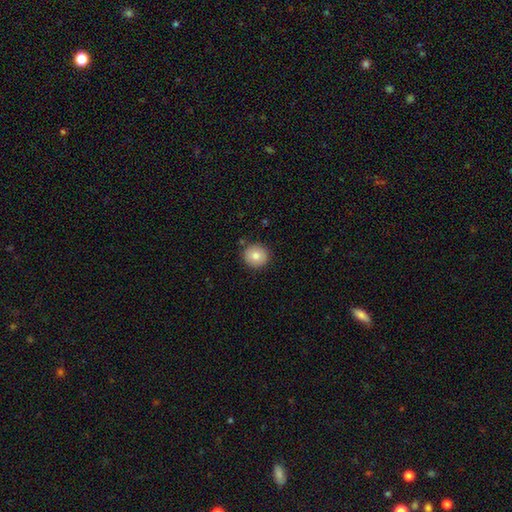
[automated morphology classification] smooth 82%, featured or disk 10%, star or artifact 9%. Down the decision tree: how rounded — round (91%); merging — none (88%).